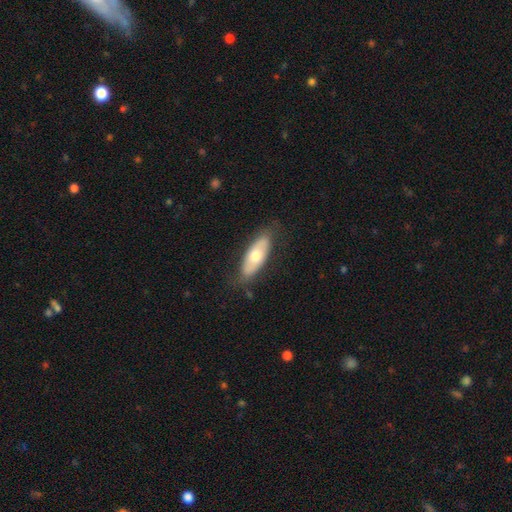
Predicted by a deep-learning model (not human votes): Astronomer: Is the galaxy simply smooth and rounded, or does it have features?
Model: smooth — 58% (runner-up: featured or disk, 36%).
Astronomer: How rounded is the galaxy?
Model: in between — 73%.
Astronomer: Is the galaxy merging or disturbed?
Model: none — 81%.